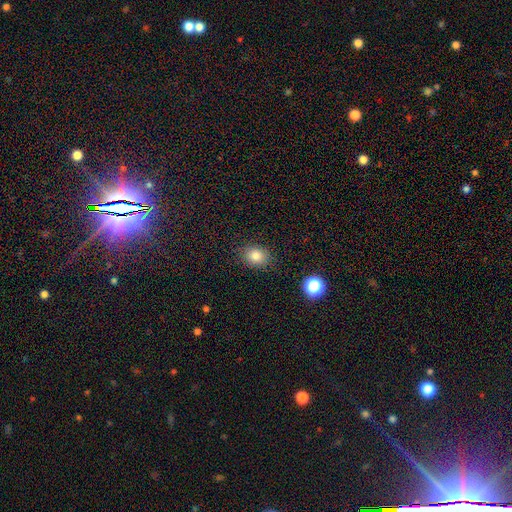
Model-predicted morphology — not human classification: Overall: smooth (82%). How rounded: in between (52%; round 47%). Merging: none (85%).